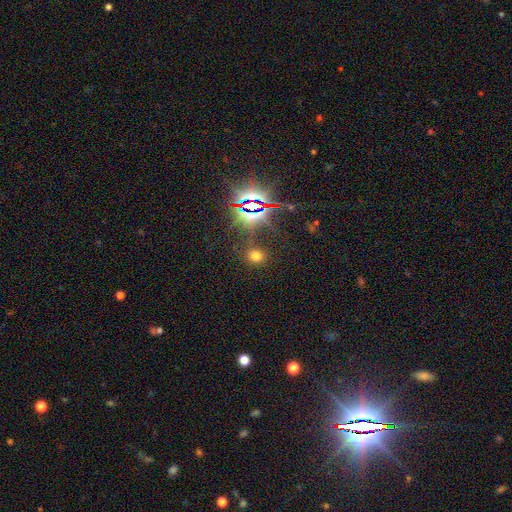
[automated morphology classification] Smooth or featured? smooth (62%)
How rounded? round (74%)
Merging? none (83%)